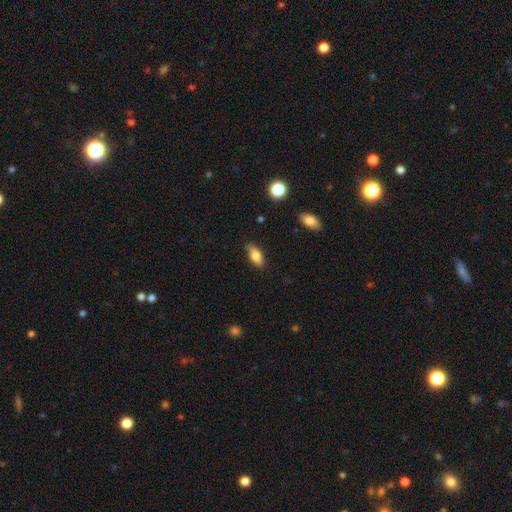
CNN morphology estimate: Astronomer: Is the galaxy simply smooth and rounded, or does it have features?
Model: smooth — 79%.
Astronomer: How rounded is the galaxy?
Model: in between — 84%.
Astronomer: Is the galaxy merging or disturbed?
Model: none — 80%.